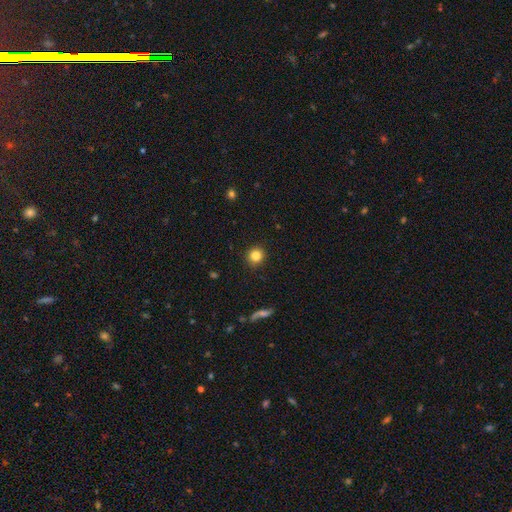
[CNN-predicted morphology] This appears to be a smooth galaxy with no disk features (83%) that is round (92%). Merging: none (92%).